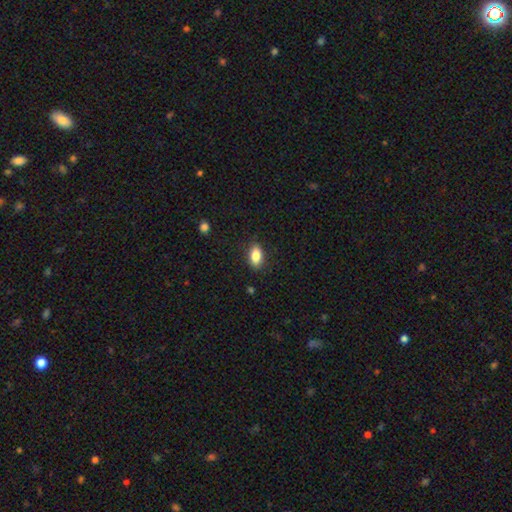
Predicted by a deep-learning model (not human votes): A smooth galaxy with no disk features (86%) that is in between round and cigar-shaped (89%). Merging: none (87%).